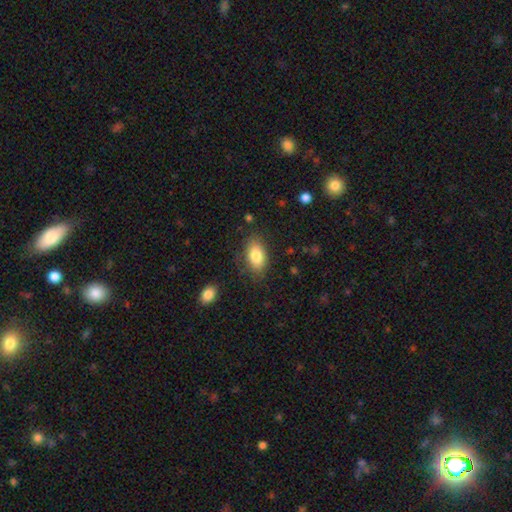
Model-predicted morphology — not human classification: Smooth or featured?
  - smooth: 82% *
  - featured or disk: 11%
  - star or artifact: 7%
How rounded?
  - in between: 91% *
  - round: 6%
  - cigar-shaped: 3%
Merging?
  - none: 81% *
  - minor disturbance: 14%
  - major disturbance: 4%
  - merger: 2%